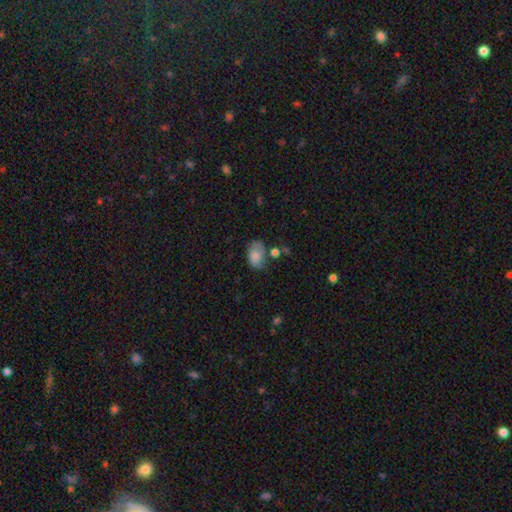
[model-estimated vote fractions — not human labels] A smooth galaxy with no disk features (75%) that is in between round and cigar-shaped (84%).

Vote fractions:
- Smooth or featured? smooth: 75% / featured or disk: 16% / star or artifact: 9%
- How rounded? in between: 84% / round: 15% / cigar-shaped: 1%
- Merging? none: 53% / minor disturbance: 27% / major disturbance: 11% / merger: 10%